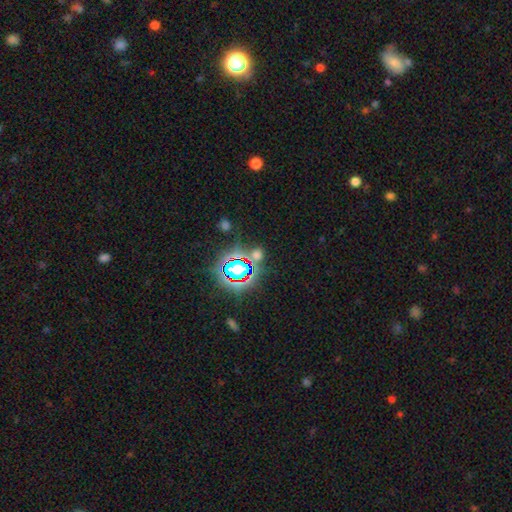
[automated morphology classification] This is possibly a star or artifact rather than a galaxy (56%).